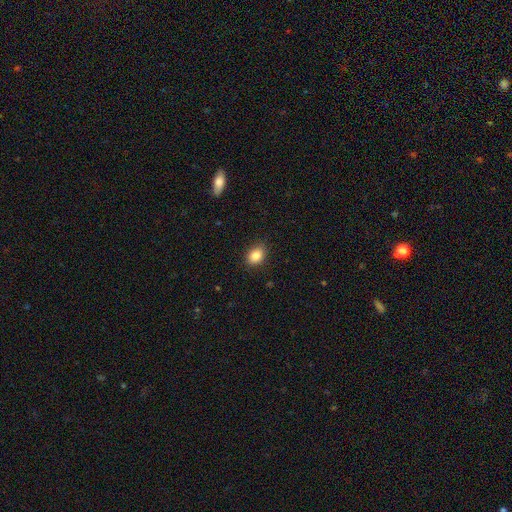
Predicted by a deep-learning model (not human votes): Smooth or featured: smooth — 86% (star or artifact — 9%)
How rounded: in between — 71% (round — 28%)
Merging: none — 89% (minor disturbance — 8%)